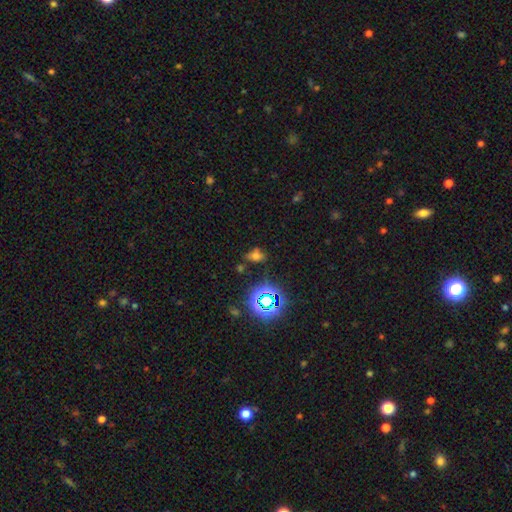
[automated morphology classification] smooth 51%, star or artifact 38%, featured or disk 11%. Down the decision tree: how rounded — in between (74%); merging — none (60%).